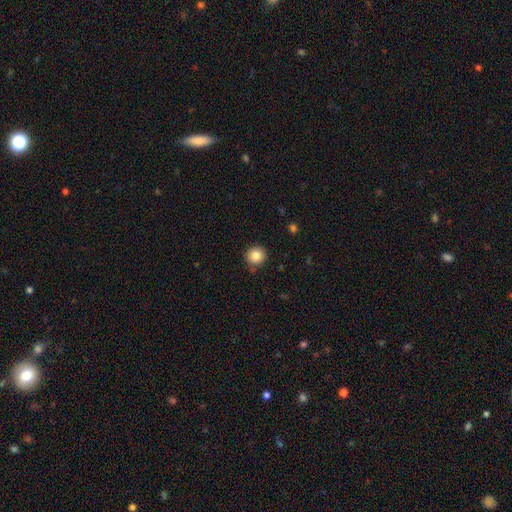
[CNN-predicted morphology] Q: Smooth or featured?
A: smooth (85%); runner-up: star or artifact (10%)
Q: How rounded?
A: round (94%); runner-up: in between (5%)
Q: Merging?
A: none (88%); runner-up: minor disturbance (9%)